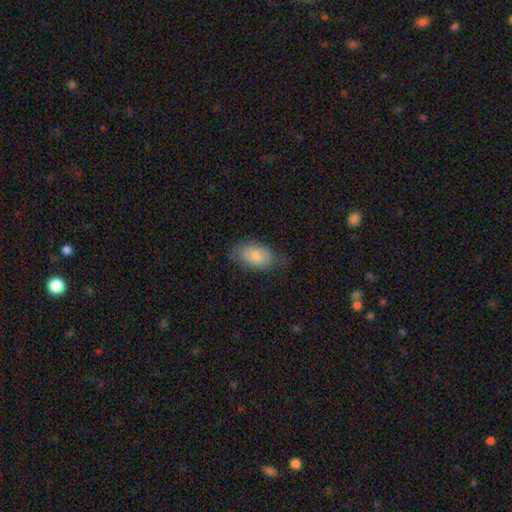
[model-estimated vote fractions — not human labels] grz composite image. It shows a smooth galaxy with no disk features (79%) that is in between round and cigar-shaped (91%). Merging: none (67%).